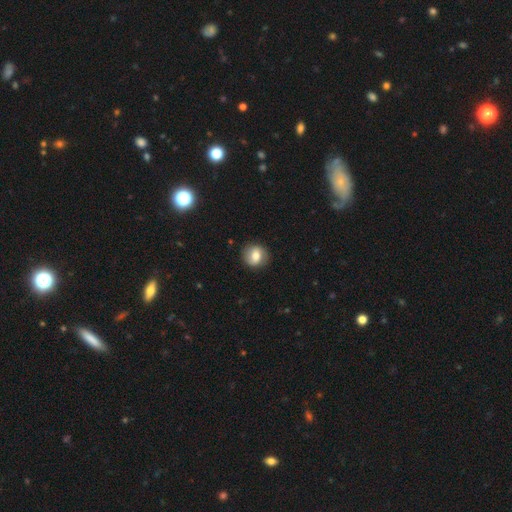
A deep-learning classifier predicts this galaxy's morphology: Q: Smooth or featured?
A: smooth (64%); runner-up: featured or disk (27%)
Q: How rounded?
A: round (78%); runner-up: in between (21%)
Q: Merging?
A: none (85%); runner-up: minor disturbance (11%)